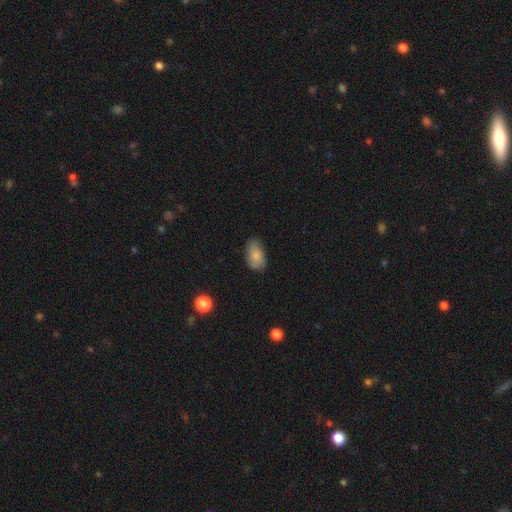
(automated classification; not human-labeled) smooth_or_featured: smooth (p=0.83) [alt: featured or disk p=0.10]
how_rounded: in between (p=0.92) [alt: round p=0.06]
merging: none (p=0.76) [alt: minor disturbance p=0.20]